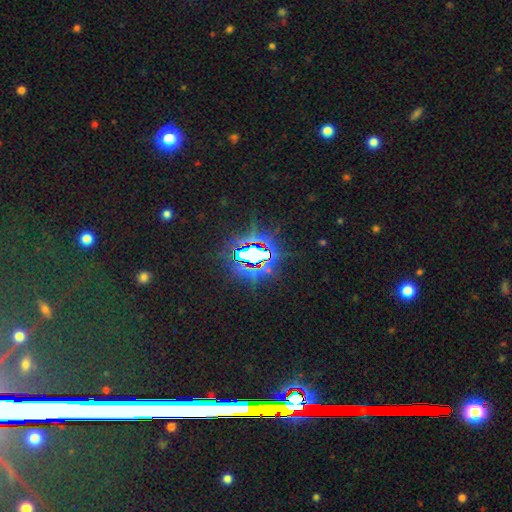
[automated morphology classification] Smooth or featured: star or artifact — 79% (smooth — 12%)